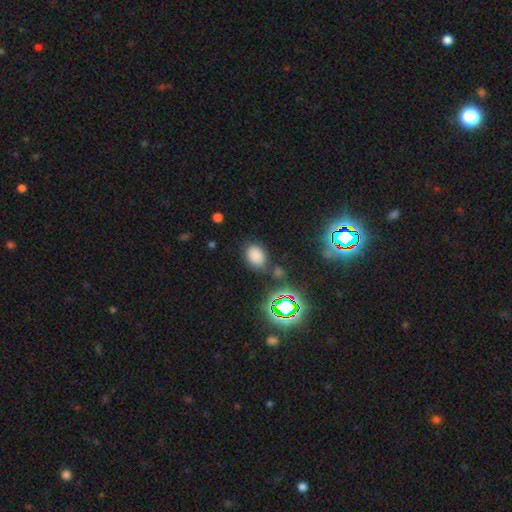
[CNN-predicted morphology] Q: Smooth or featured?
A: smooth (76%); runner-up: star or artifact (18%)
Q: How rounded?
A: in between (69%); runner-up: round (30%)
Q: Merging?
A: none (76%); runner-up: minor disturbance (14%)